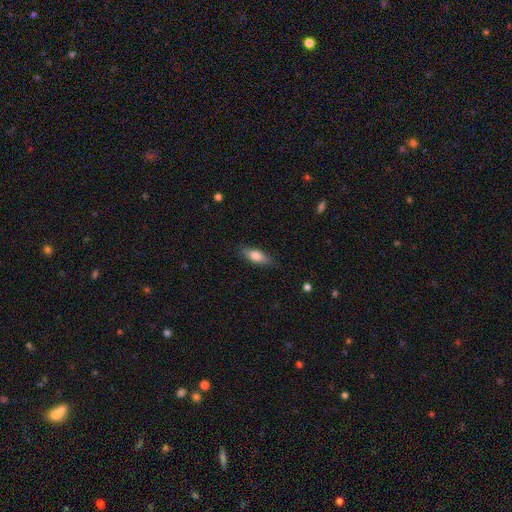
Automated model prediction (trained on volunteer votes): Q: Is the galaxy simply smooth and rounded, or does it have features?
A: smooth — 76%.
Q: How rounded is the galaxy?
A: in between — 67%.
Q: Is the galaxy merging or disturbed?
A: none — 84%.